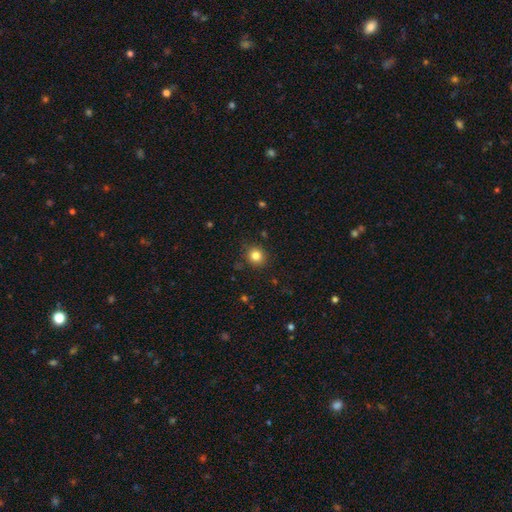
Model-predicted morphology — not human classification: smooth-or-featured: smooth: 82% | star or artifact: 12% | featured or disk: 6%
  how-rounded: round: 85% | in between: 14% | cigar-shaped: 1%
  merging: none: 87% | minor disturbance: 9% | major disturbance: 3% | merger: 1%